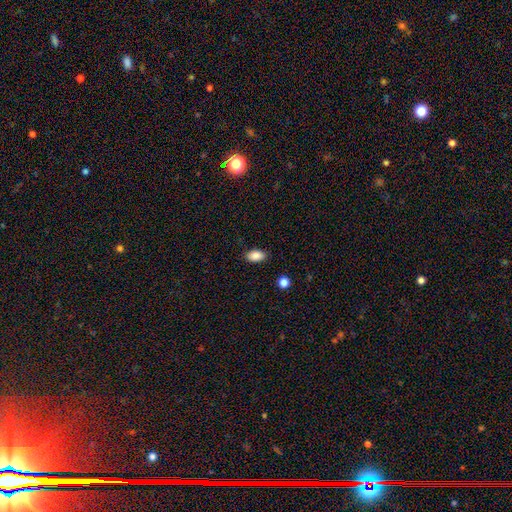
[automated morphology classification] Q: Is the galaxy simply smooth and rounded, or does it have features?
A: smooth — 87%.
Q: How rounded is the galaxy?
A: in between — 92%.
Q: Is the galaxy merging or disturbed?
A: none — 86%.